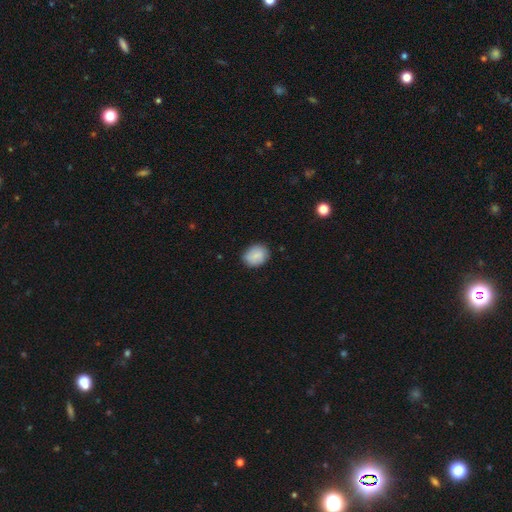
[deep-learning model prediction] A smooth galaxy with no disk features (82%) that is in between round and cigar-shaped (52%). Merging: none (83%).